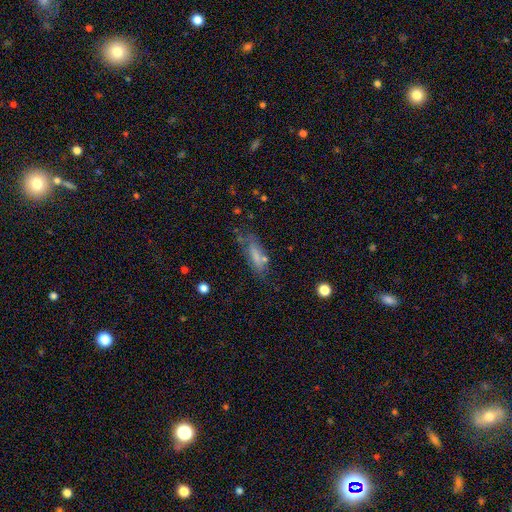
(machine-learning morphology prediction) smooth 58%, featured or disk 30%, star or artifact 13%. Down the decision tree: how rounded — cigar-shaped (52%); merging — none (57%).